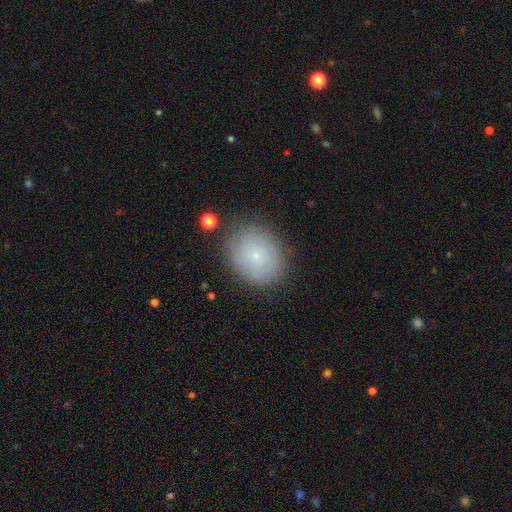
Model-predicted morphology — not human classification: Smooth or featured?
  - smooth: 70% *
  - featured or disk: 21%
  - star or artifact: 10%
How rounded?
  - round: 54% *
  - in between: 45%
  - cigar-shaped: 1%
Merging?
  - none: 80% *
  - minor disturbance: 14%
  - major disturbance: 4%
  - merger: 2%